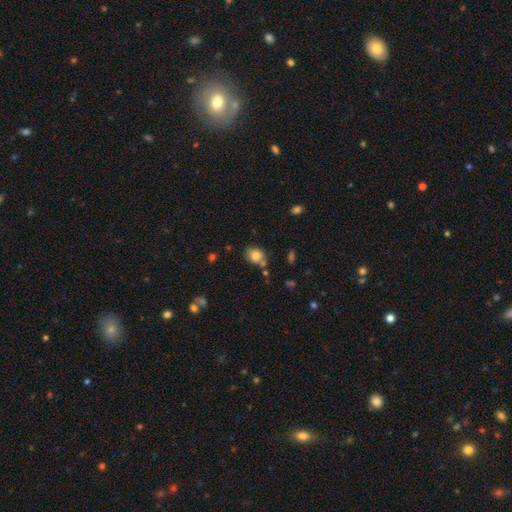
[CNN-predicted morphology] A smooth galaxy with no disk features (80%) that is round (52%). Merging: none (61%).